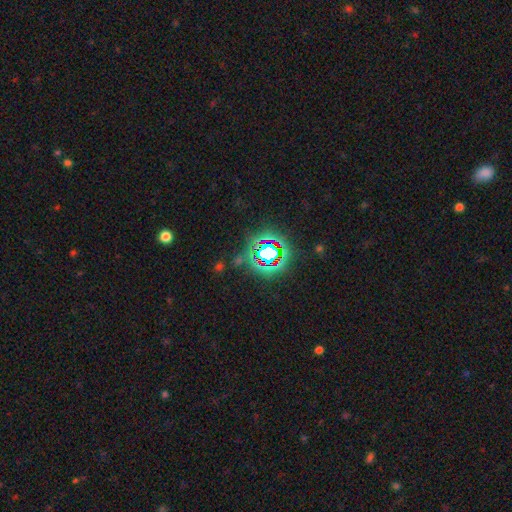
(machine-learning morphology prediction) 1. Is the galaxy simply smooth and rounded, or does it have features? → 80% star or artifact, 11% smooth, 8% featured or disk.